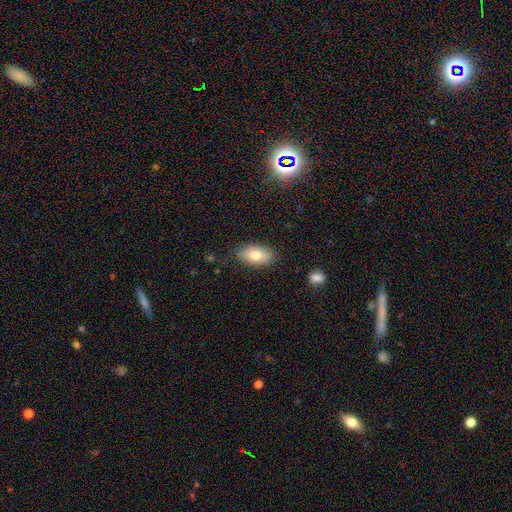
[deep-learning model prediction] smooth_or_featured: smooth (p=0.77) [alt: featured or disk p=0.16]
how_rounded: in between (p=0.90) [alt: cigar-shaped p=0.06]
merging: none (p=0.85) [alt: minor disturbance p=0.11]